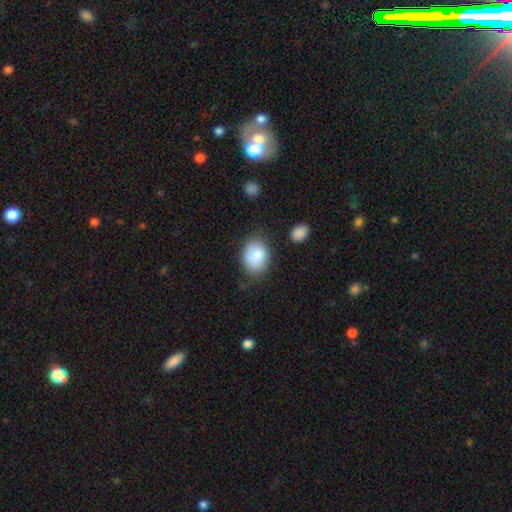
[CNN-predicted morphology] The model was most divided on "how rounded": in between: 59%, round: 40%, cigar-shaped: 1%. More confident: smooth or featured — smooth (85%); merging — none (70%).